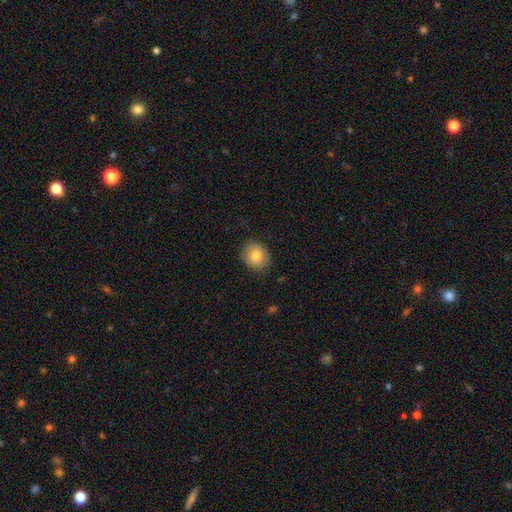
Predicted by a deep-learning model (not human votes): This is clearly a smooth galaxy (82%). How rounded: likely round (63%). Merging: clearly none (84%).